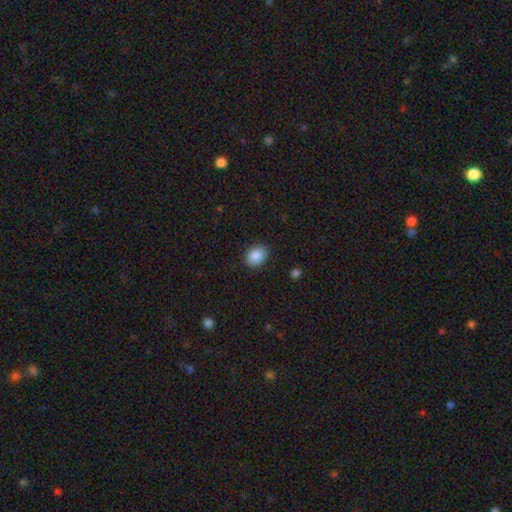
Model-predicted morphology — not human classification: Smooth or featured? smooth (88%)
How rounded? in between (58%)
Merging? none (87%)